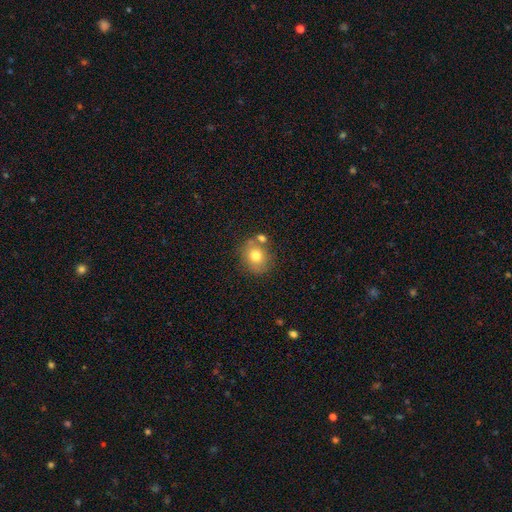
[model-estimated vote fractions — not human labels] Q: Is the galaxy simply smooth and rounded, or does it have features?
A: smooth — 75%.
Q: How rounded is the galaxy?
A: round — 75%.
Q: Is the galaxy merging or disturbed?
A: none — 64%.